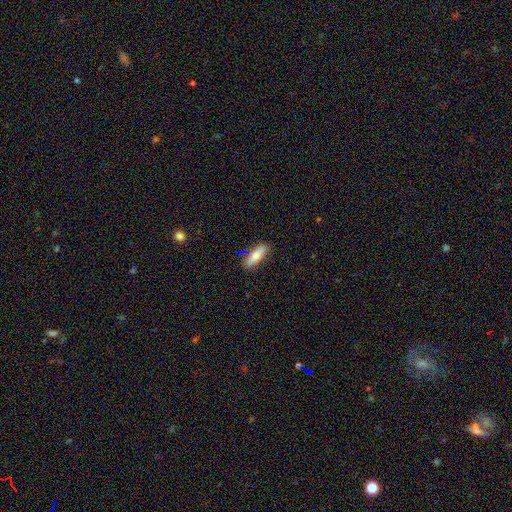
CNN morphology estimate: A smooth galaxy with no disk features (72%) that is in between round and cigar-shaped (50%).

Vote fractions:
- Smooth or featured? smooth: 72% / featured or disk: 22% / star or artifact: 7%
- How rounded? in between: 50% / cigar-shaped: 47% / round: 2%
- Merging? none: 80% / minor disturbance: 14% / merger: 4% / major disturbance: 3%